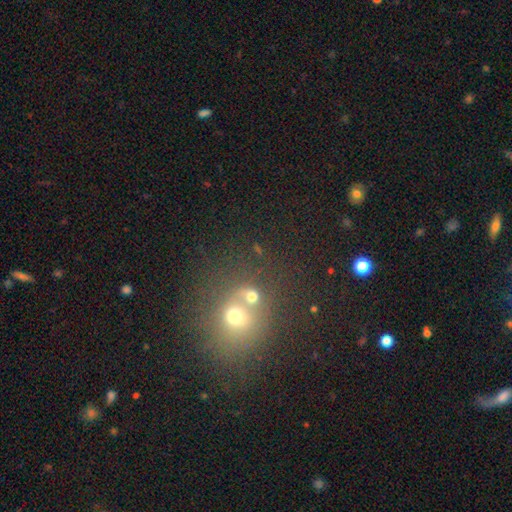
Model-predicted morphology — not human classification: Smooth or featured? smooth (51%)
How rounded? round (76%)
Merging? none (49%)